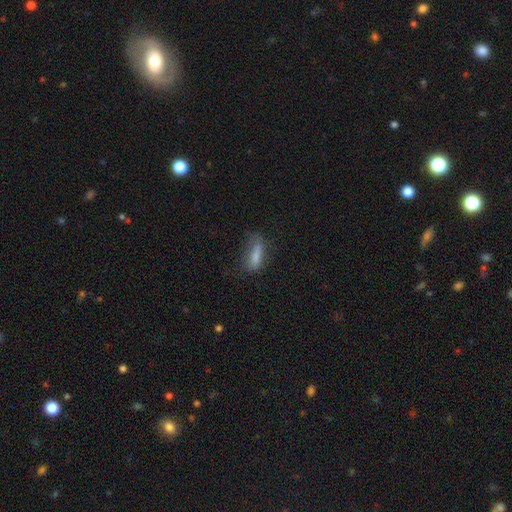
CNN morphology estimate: Q: Smooth or featured?
A: smooth (68%); runner-up: featured or disk (20%)
Q: How rounded?
A: cigar-shaped (61%); runner-up: in between (37%)
Q: Merging?
A: none (51%); runner-up: minor disturbance (29%)